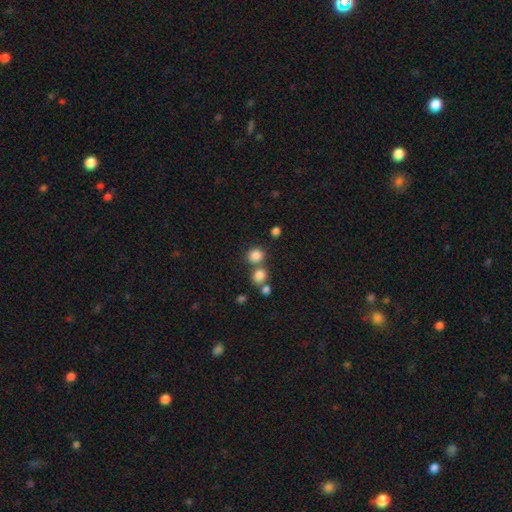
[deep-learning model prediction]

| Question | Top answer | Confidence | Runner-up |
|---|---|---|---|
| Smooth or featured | smooth | 82% | star or artifact (13%) |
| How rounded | round | 82% | in between (17%) |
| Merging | none | 62% | merger (27%) |